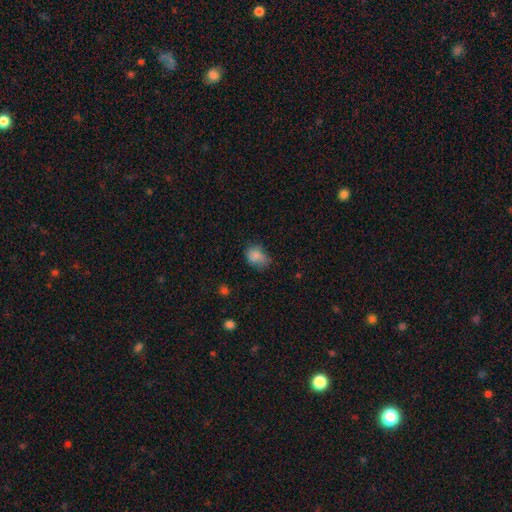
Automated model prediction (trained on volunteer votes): Morphology: type=smooth (79%); roundness=in between (62%); merging=none (44%).